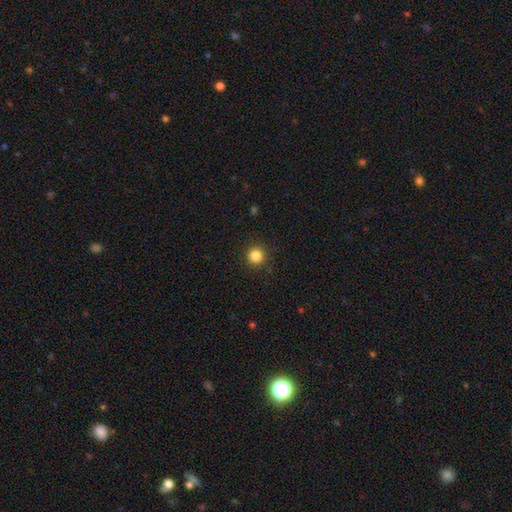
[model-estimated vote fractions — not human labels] The model was most divided on "smooth or featured": smooth: 84%, star or artifact: 12%, featured or disk: 4%. More confident: how rounded — round (95%); merging — none (91%).